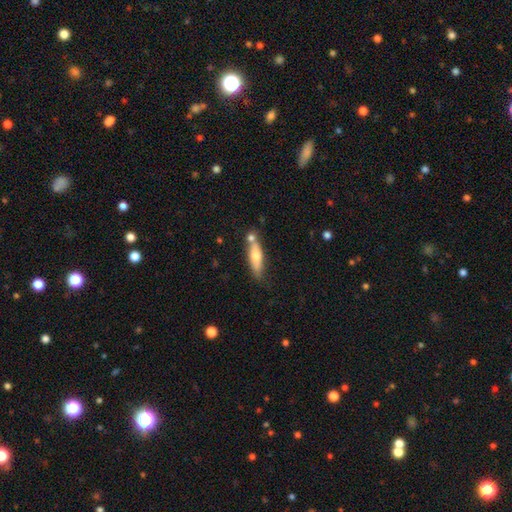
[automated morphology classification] type=smooth (60%); roundness=cigar-shaped (53%); merging=none (56%).